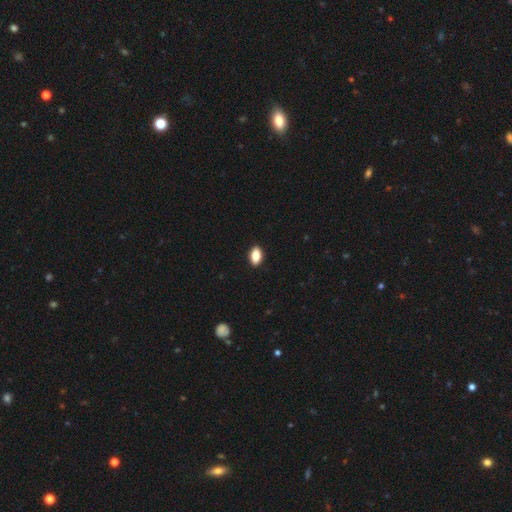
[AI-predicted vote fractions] Smooth or featured? smooth (84%)
How rounded? in between (89%)
Merging? none (90%)